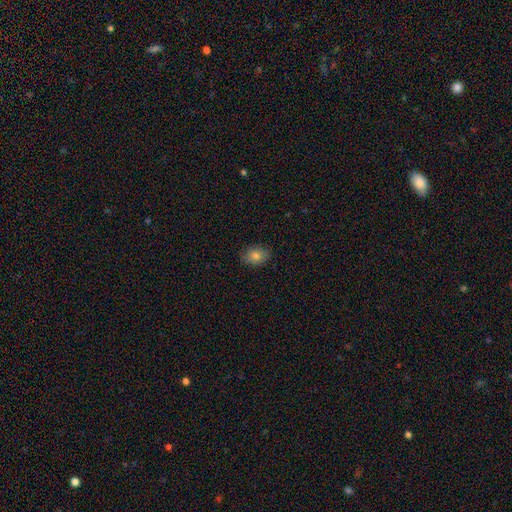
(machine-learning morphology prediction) smooth 80%, star or artifact 10%, featured or disk 10%. Down the decision tree: how rounded — in between (68%); merging — none (85%).